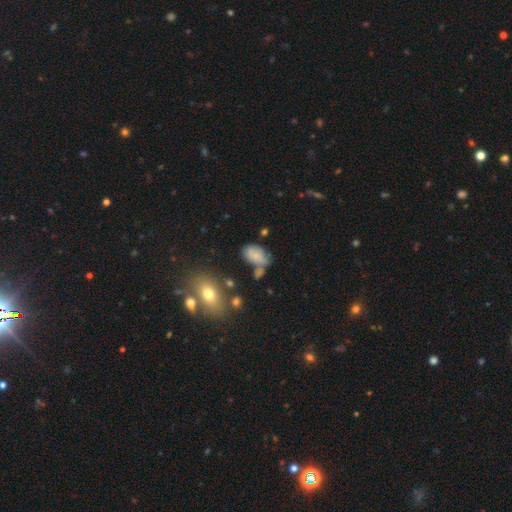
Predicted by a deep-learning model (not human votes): Smooth or featured? Predicted: smooth (p=0.68). How rounded? Predicted: in between (p=0.89). Merging? Predicted: none (p=0.42).